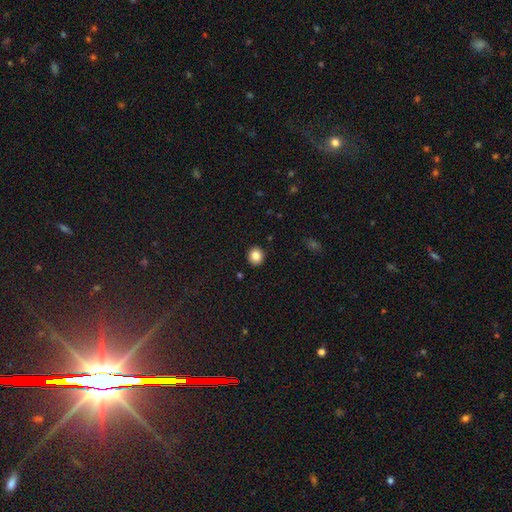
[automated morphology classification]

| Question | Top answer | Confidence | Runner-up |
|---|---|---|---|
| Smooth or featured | smooth | 85% | star or artifact (10%) |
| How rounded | round | 84% | in between (15%) |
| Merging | none | 92% | minor disturbance (5%) |